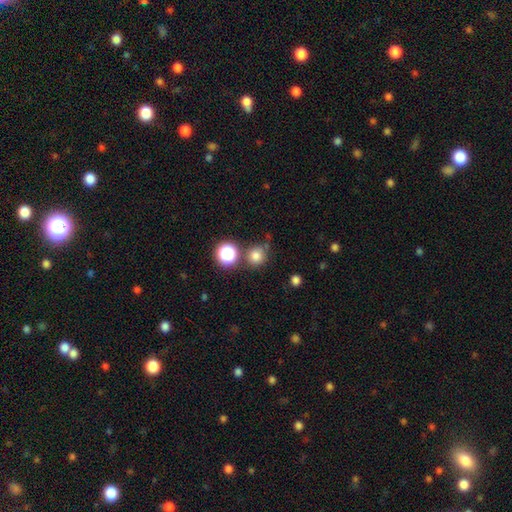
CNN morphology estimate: type=smooth (77%); roundness=round (90%); merging=none (72%).